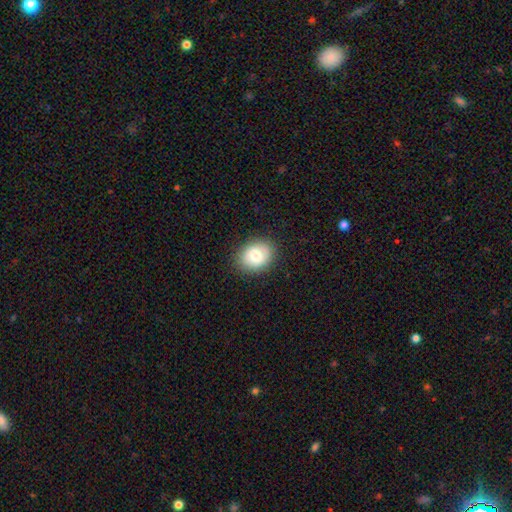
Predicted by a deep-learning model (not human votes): Q: Smooth or featured?
A: smooth (78%); runner-up: featured or disk (14%)
Q: How rounded?
A: in between (60%); runner-up: round (39%)
Q: Merging?
A: none (85%); runner-up: minor disturbance (11%)